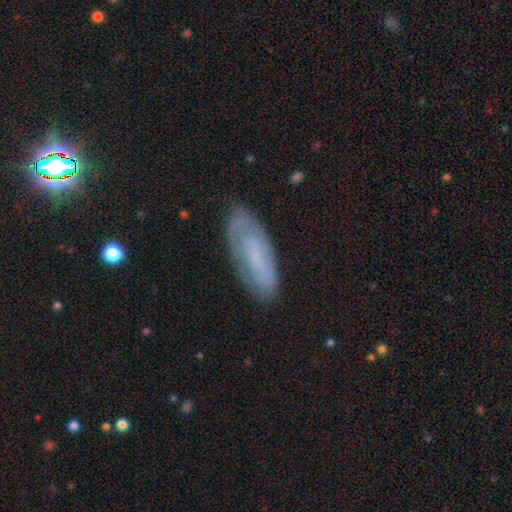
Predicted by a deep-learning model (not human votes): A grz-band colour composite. It shows a smooth galaxy with no disk features (46%). Merging: none (74%).